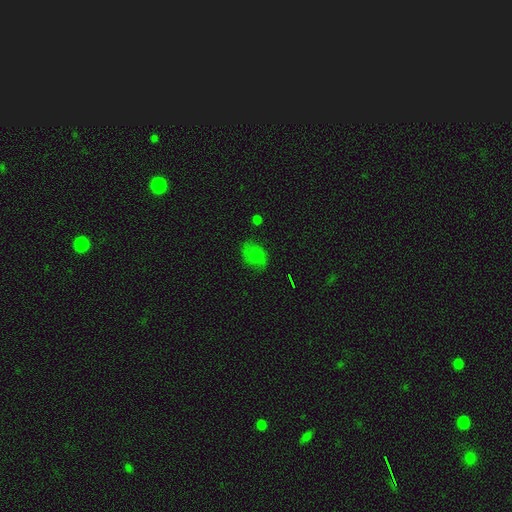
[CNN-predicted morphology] smooth_or_featured: smooth (p=0.62) [alt: featured or disk p=0.21]
how_rounded: in between (p=0.65) [alt: round p=0.34]
merging: none (p=0.68) [alt: minor disturbance p=0.22]